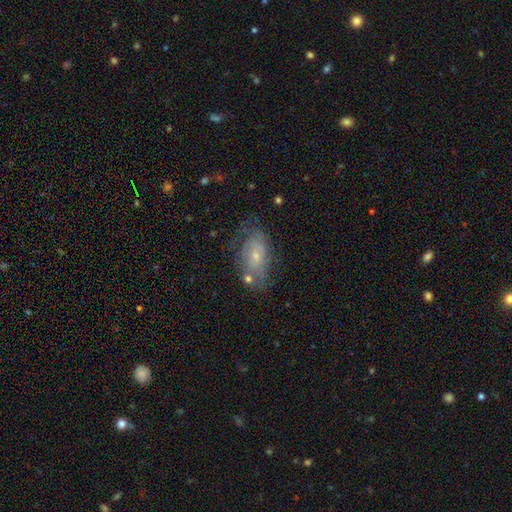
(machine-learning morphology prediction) Smooth or featured: featured or disk — 57% (smooth — 33%)
Edge-on disk: no — 93% (yes — 7%)
Bar: no — 71% (weak — 25%)
Spiral arms: yes — 69% (no — 31%)
Bulge size: small — 63% (moderate — 30%)
Merging: none — 54% (minor disturbance — 25%)